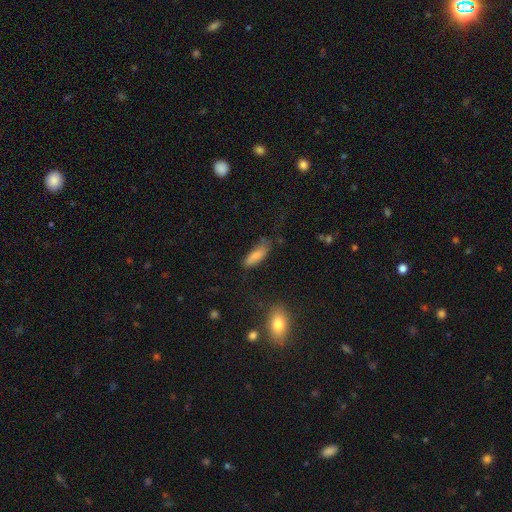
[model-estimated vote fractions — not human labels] Smooth or featured: smooth — 83% (featured or disk — 9%)
How rounded: in between — 61% (cigar-shaped — 36%)
Merging: none — 65% (minor disturbance — 24%)